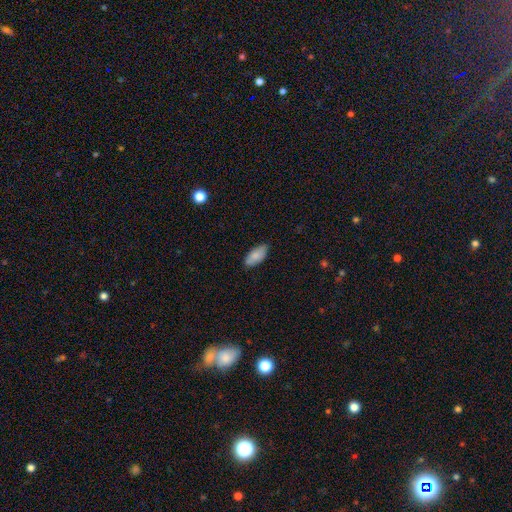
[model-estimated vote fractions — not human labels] Overall: smooth (83%). How rounded: in between (89%). Merging: none (82%).